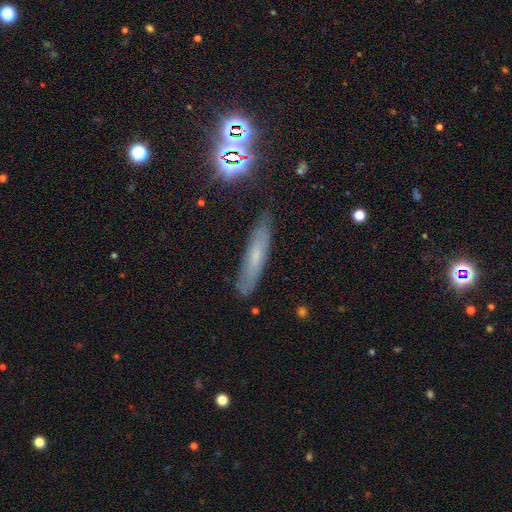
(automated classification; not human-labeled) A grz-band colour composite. It shows a smooth galaxy with no disk features (47%). Merging: none (81%).